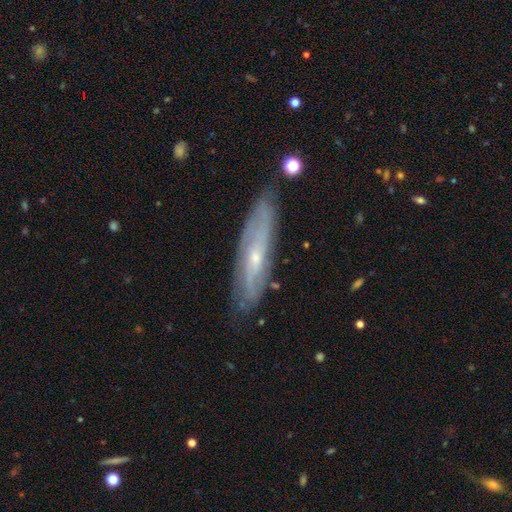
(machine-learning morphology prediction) Overall: featured or disk (73%). Edge-on disk: no (59%; yes 41%). Merging: none (81%).